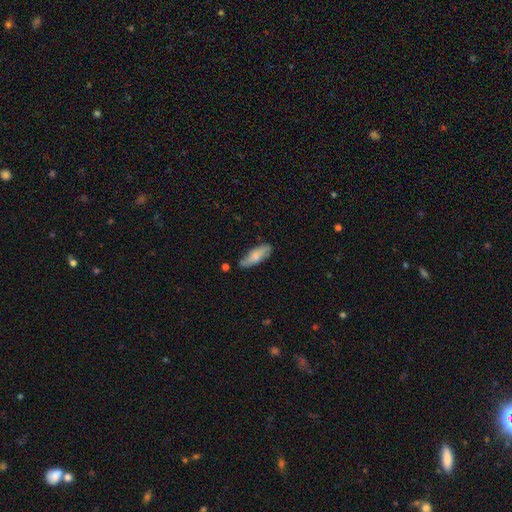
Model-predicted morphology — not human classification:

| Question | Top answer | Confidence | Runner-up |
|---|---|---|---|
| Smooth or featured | smooth | 67% | featured or disk (26%) |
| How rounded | in between | 57% | cigar-shaped (41%) |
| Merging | none | 69% | minor disturbance (23%) |